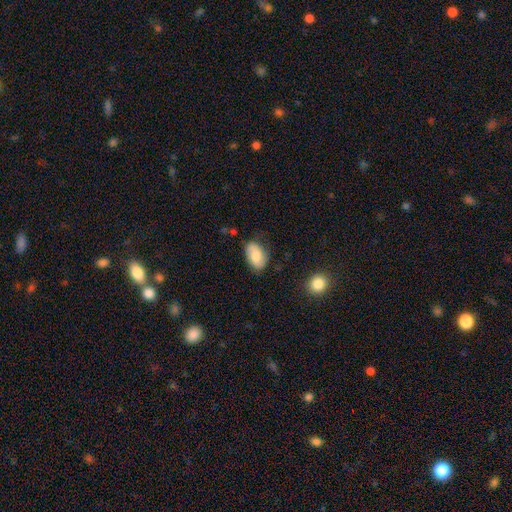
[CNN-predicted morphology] Overall: smooth (76%). How rounded: in between (91%). Merging: none (74%).